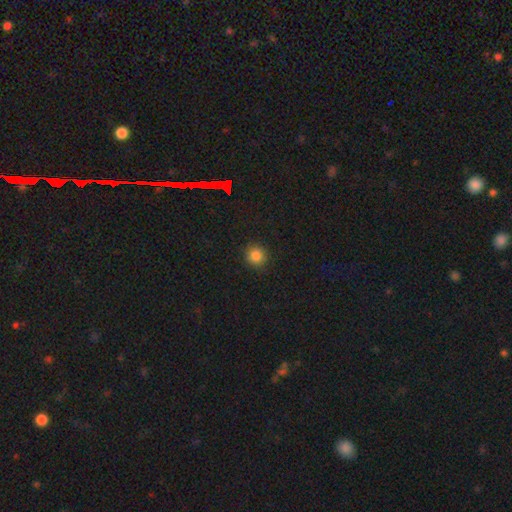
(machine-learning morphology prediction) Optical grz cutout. It shows a smooth galaxy with no disk features (84%) that is round (93%). Merging: none (91%).